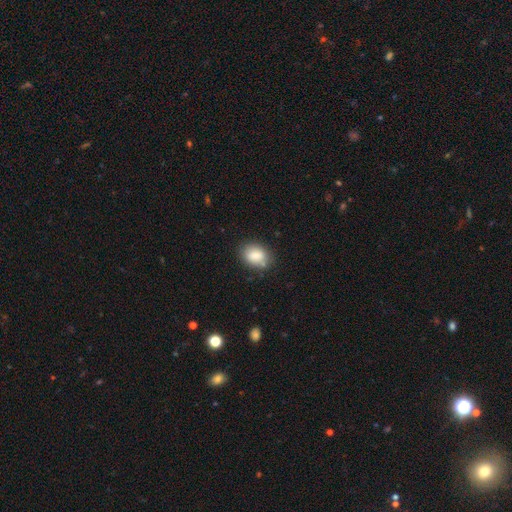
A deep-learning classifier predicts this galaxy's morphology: type=smooth (84%); roundness=in between (66%); merging=none (76%).